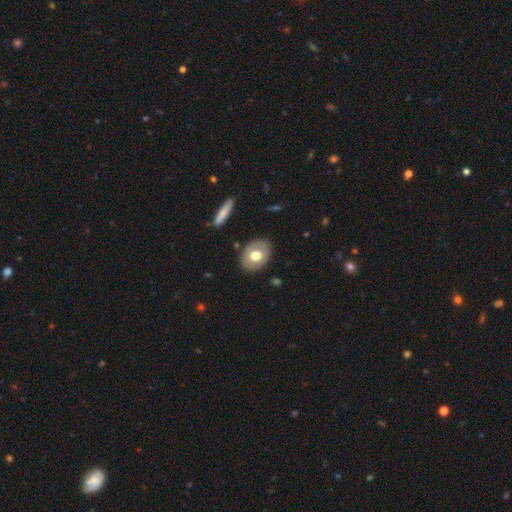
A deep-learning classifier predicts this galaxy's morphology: The model was most divided on "smooth or featured": smooth: 55%, featured or disk: 39%, star or artifact: 6%. More confident: merging — none (82%); how rounded — in between (59%).